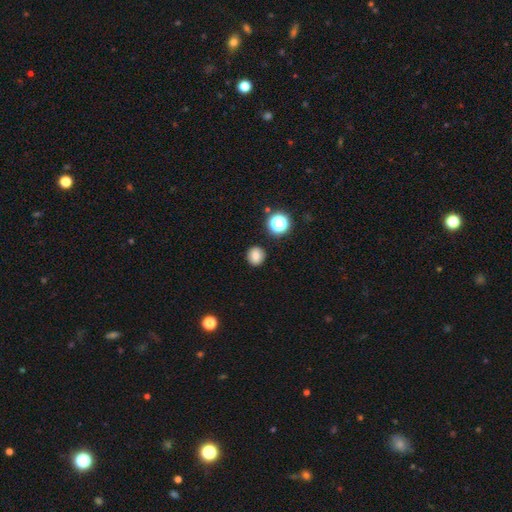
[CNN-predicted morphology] smooth 81%, star or artifact 13%, featured or disk 7%. Down the decision tree: how rounded — round (85%); merging — none (90%).